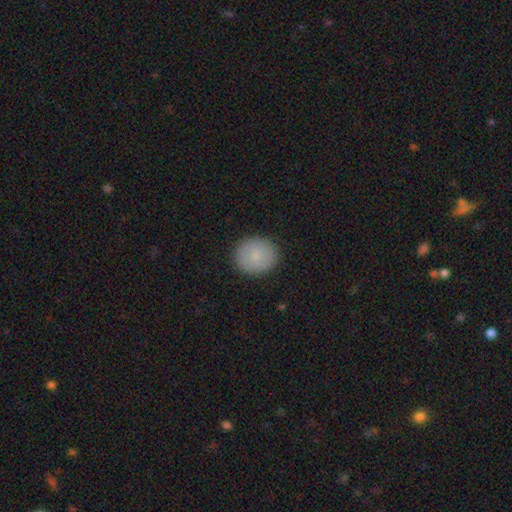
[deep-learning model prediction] Morphology: type=smooth (82%); roundness=round (74%); merging=none (89%).